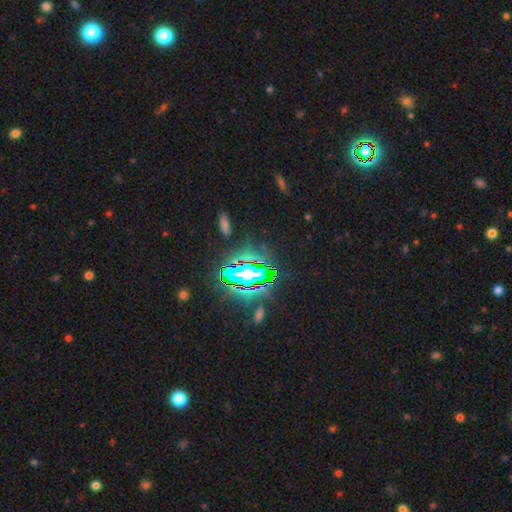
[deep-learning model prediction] Smooth or featured? Predicted: star or artifact (p=0.78).